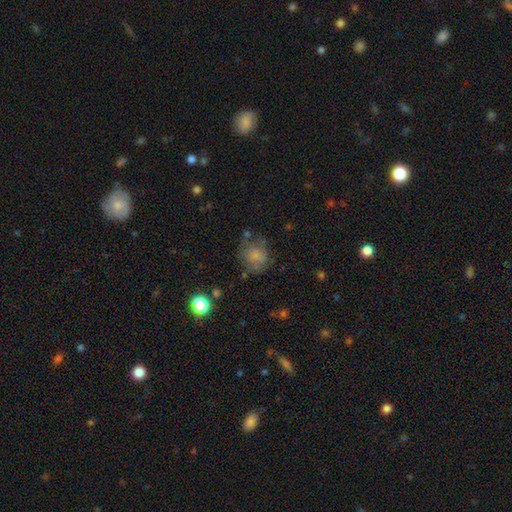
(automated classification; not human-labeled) Smooth or featured? smooth (70%)
How rounded? round (78%)
Merging? none (56%)